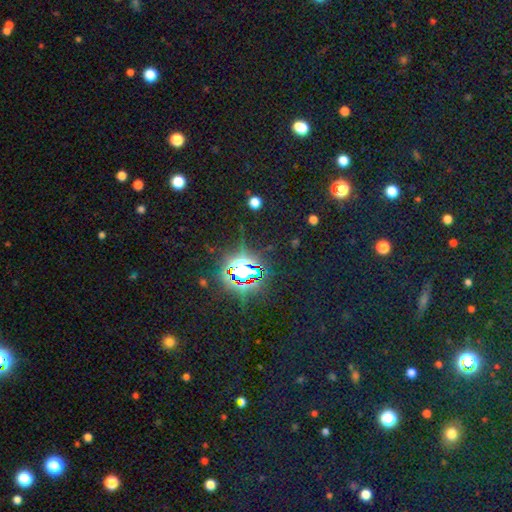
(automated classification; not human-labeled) This is likely a star or artifact rather than a galaxy (80%).